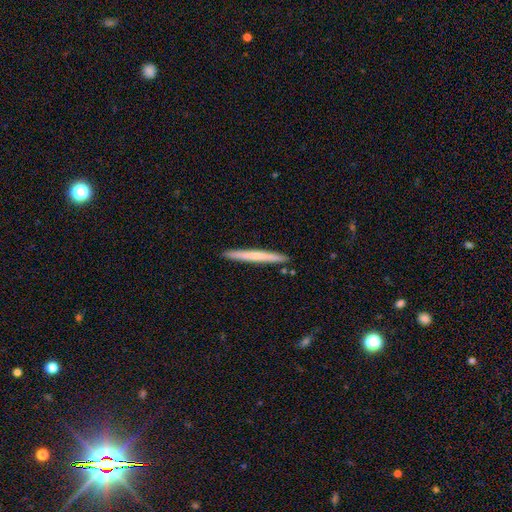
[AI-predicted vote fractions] smooth-or-featured: smooth: 59% | featured or disk: 35% | star or artifact: 5%
  how-rounded: cigar-shaped: 97% | in between: 2% | round: 1%
  merging: none: 92% | minor disturbance: 5% | merger: 1% | major disturbance: 1%